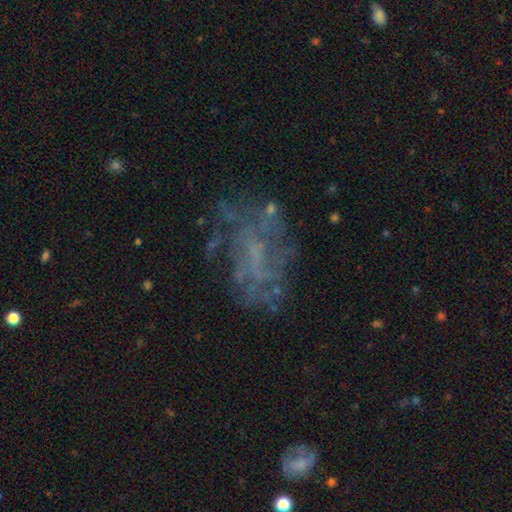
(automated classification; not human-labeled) smooth-or-featured: featured or disk: 61% | star or artifact: 20% | smooth: 19%
  disk-edge-on: no: 96% | yes: 4%
    bar: no: 64% | weak: 28% | strong: 8%
    has-spiral-arms: yes: 53% | no: 47%
    bulge-size: none: 59% | small: 27% | moderate: 11% | large: 2% | dominant: 1%
  merging: none: 61% | major disturbance: 18% | minor disturbance: 17% | merger: 3%